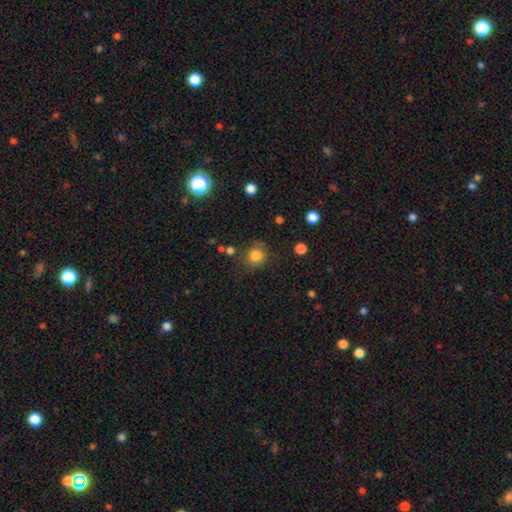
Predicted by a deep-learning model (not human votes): A smooth galaxy with no disk features (82%) that is round (84%). Merging: none (74%).